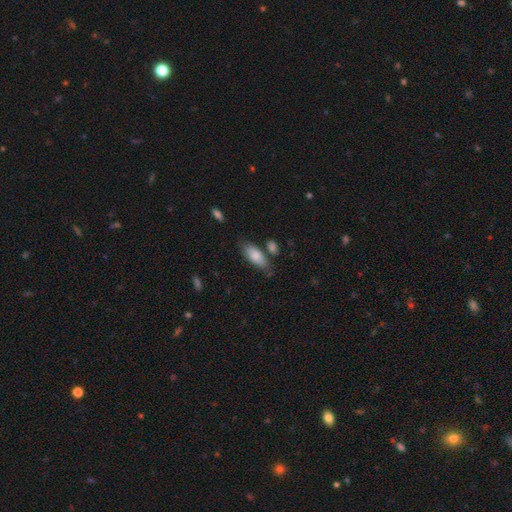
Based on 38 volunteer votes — Morphology: type=smooth (82%); roundness=in between (74%); merging=none (78%).